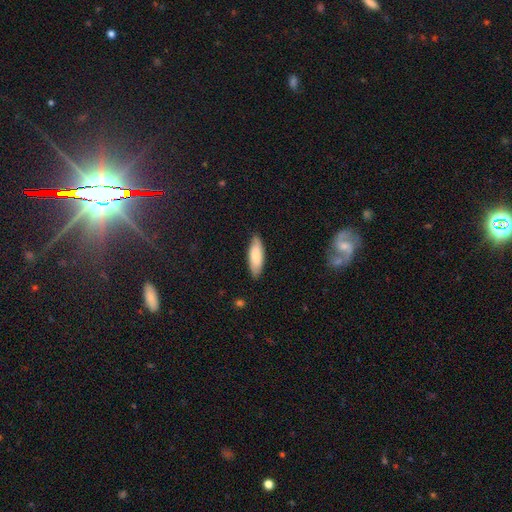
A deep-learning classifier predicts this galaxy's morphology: A smooth galaxy with no disk features (82%) that is in between round and cigar-shaped (61%).

Vote fractions:
- Smooth or featured? smooth: 82% / featured or disk: 13% / star or artifact: 5%
- How rounded? in between: 61% / cigar-shaped: 38% / round: 2%
- Merging? none: 84% / minor disturbance: 13% / major disturbance: 2% / merger: 1%